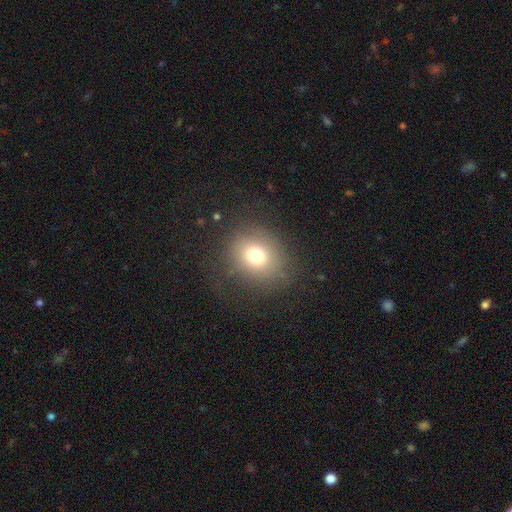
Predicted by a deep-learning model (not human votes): smooth-or-featured: smooth: 73% | star or artifact: 15% | featured or disk: 12%
  how-rounded: round: 72% | in between: 27% | cigar-shaped: 1%
  merging: none: 79% | minor disturbance: 12% | major disturbance: 8% | merger: 1%